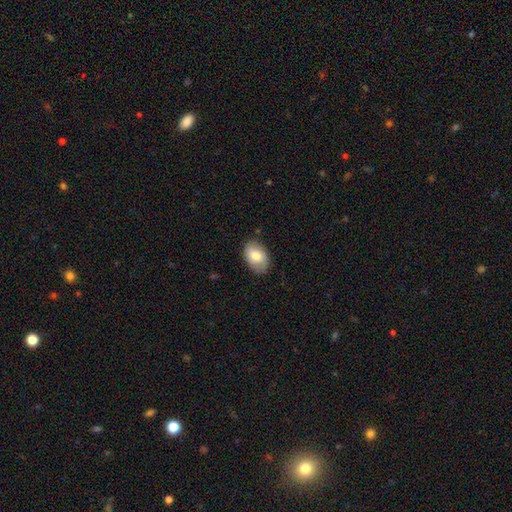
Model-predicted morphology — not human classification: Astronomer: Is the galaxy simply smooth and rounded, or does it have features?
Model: smooth — 76%.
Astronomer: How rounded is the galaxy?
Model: in between — 86%.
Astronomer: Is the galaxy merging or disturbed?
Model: none — 81%.